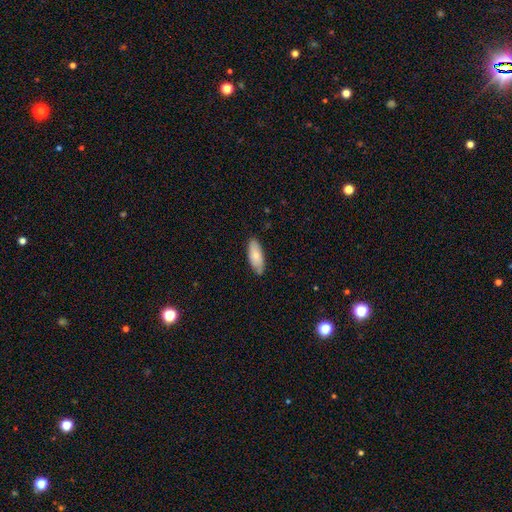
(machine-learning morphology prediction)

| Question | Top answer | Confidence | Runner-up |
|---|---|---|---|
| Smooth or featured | smooth | 77% | featured or disk (17%) |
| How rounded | in between | 81% | cigar-shaped (17%) |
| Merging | none | 78% | minor disturbance (18%) |